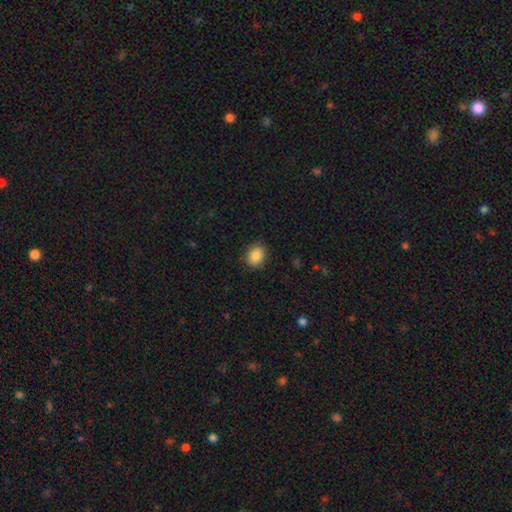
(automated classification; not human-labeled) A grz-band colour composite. It shows a smooth galaxy with no disk features (87%) that is in between round and cigar-shaped (52%). Merging: none (87%).